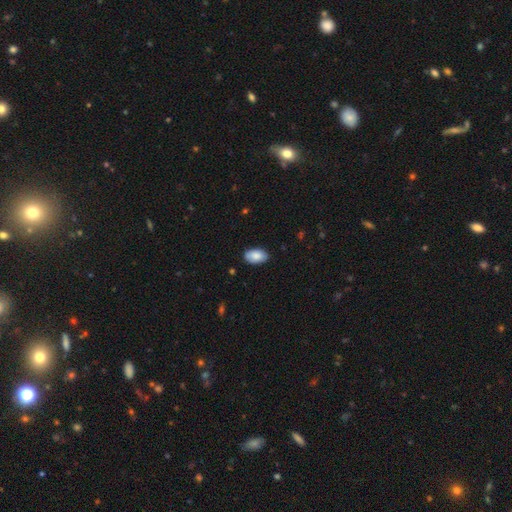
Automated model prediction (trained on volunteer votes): Smooth or featured?
  - smooth: 85% *
  - featured or disk: 9%
  - star or artifact: 6%
How rounded?
  - in between: 94% *
  - round: 5%
  - cigar-shaped: 1%
Merging?
  - none: 83% *
  - minor disturbance: 14%
  - major disturbance: 2%
  - merger: 1%